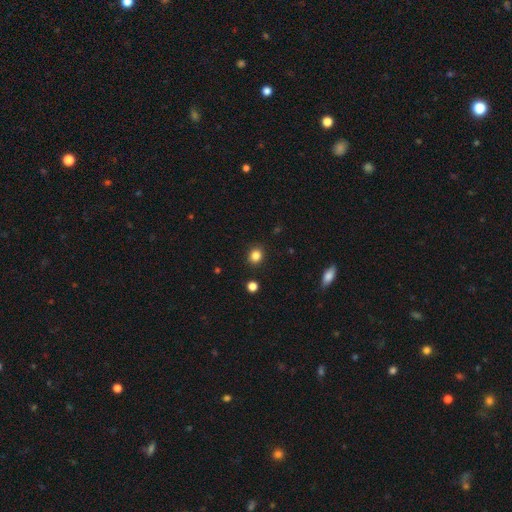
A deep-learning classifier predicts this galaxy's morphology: Smooth or featured?
  - smooth: 84% *
  - star or artifact: 12%
  - featured or disk: 4%
How rounded?
  - round: 74% *
  - in between: 25%
  - cigar-shaped: 1%
Merging?
  - none: 89% *
  - minor disturbance: 7%
  - major disturbance: 2%
  - merger: 2%